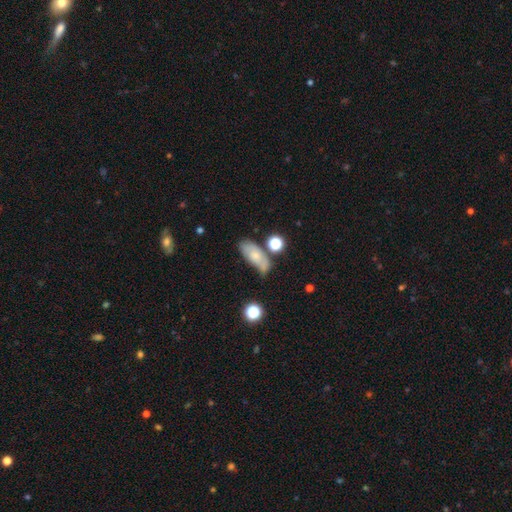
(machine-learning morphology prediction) The model was most divided on "merging": none: 50%, minor disturbance: 28%, merger: 12%, major disturbance: 10%. More confident: how rounded — in between (80%); smooth or featured — smooth (61%).